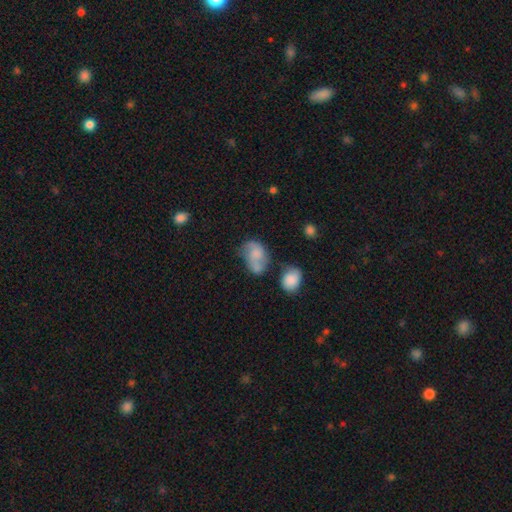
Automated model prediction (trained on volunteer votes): Overall: smooth (52%; featured or disk 38%). How rounded: in between (71%). Merging: none (33%; merger 30%).